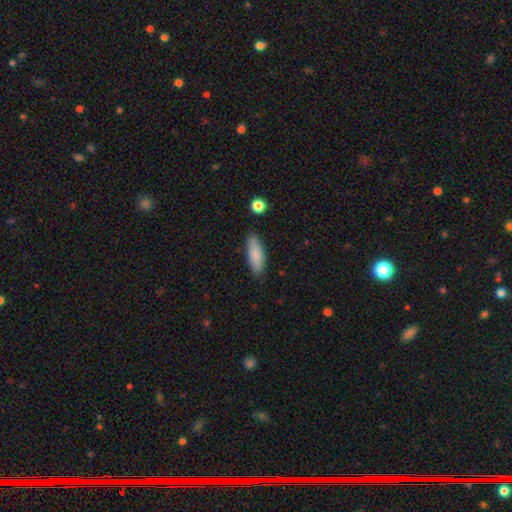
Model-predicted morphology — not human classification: A smooth galaxy with no disk features (86%) that is in between round and cigar-shaped (59%). Merging: none (86%).